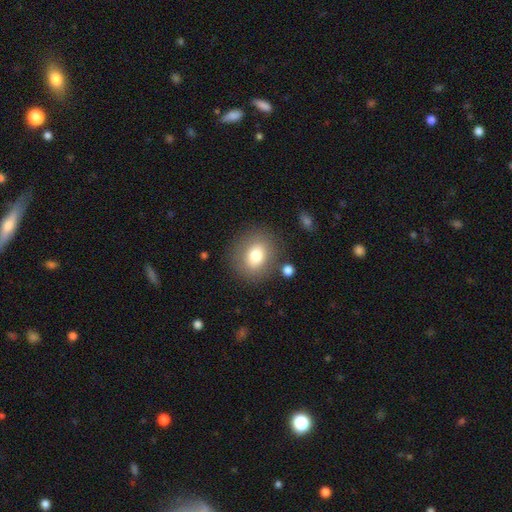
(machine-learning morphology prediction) A smooth galaxy with no disk features (75%) that is round (68%).

Vote fractions:
- Smooth or featured? smooth: 75% / featured or disk: 16% / star or artifact: 9%
- How rounded? round: 68% / in between: 31% / cigar-shaped: 1%
- Merging? none: 82% / minor disturbance: 10% / major disturbance: 4% / merger: 3%